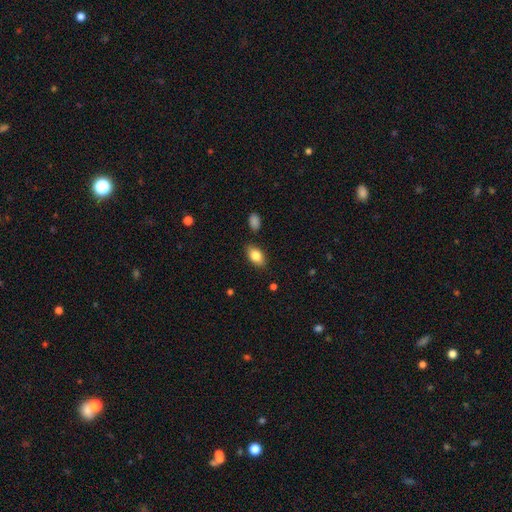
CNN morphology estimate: This is clearly a smooth galaxy (82%). How rounded: clearly in between (90%). Merging: clearly none (85%).